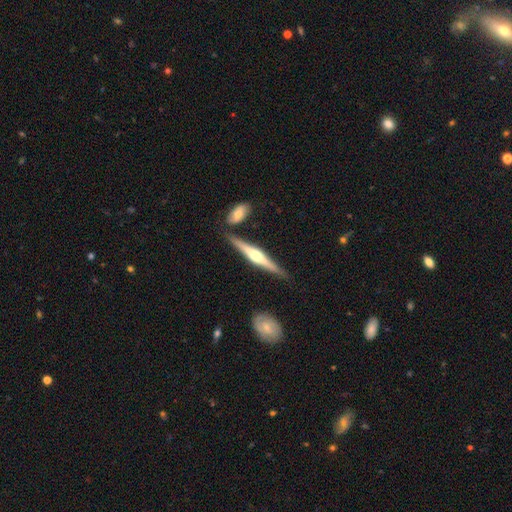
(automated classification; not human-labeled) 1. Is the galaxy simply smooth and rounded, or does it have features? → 72% featured or disk, 23% smooth, 5% star or artifact.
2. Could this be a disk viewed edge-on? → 97% yes, 3% no.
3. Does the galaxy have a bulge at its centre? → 89% rounded, 7% boxy, 4% none.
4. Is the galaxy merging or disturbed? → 83% none, 10% minor disturbance, 5% merger, 2% major disturbance.